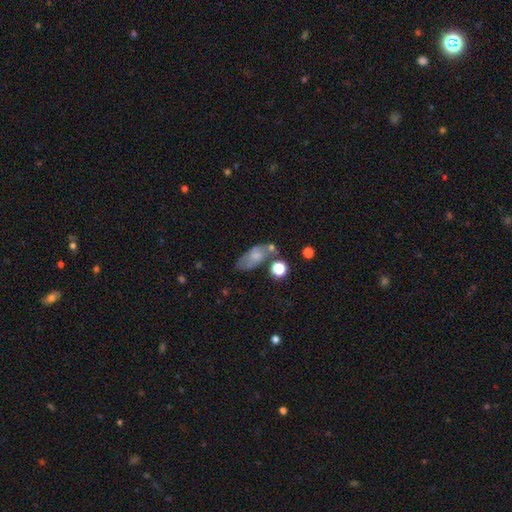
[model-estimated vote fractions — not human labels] Q: Smooth or featured?
A: smooth (58%); runner-up: featured or disk (32%)
Q: How rounded?
A: in between (82%); runner-up: cigar-shaped (10%)
Q: Merging?
A: none (45%); runner-up: minor disturbance (26%)